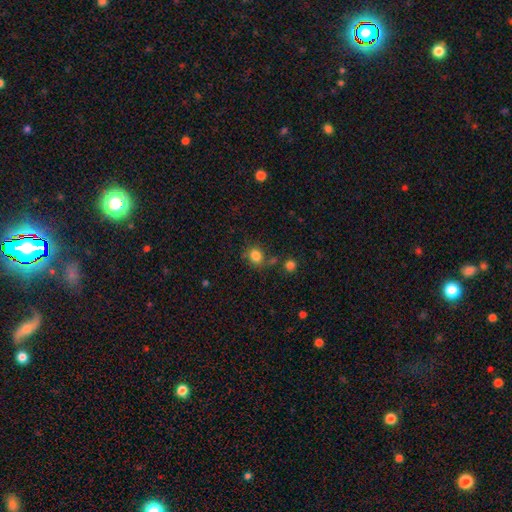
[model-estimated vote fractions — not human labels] Smooth or featured: smooth — 82% (star or artifact — 12%)
How rounded: round — 63% (in between — 36%)
Merging: none — 68% (minor disturbance — 16%)